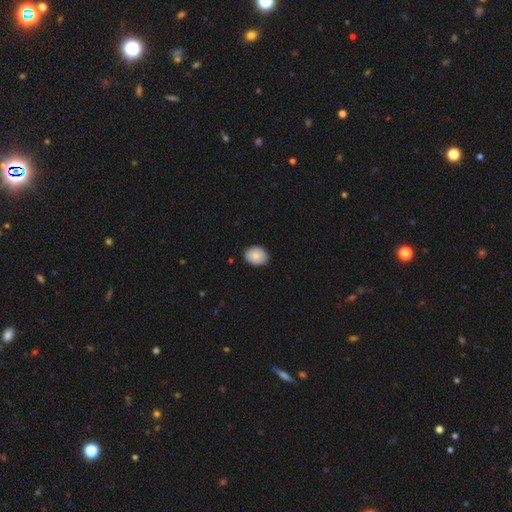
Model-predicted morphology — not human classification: smooth 87%, star or artifact 7%, featured or disk 6%. Down the decision tree: how rounded — in between (59%); merging — none (85%).